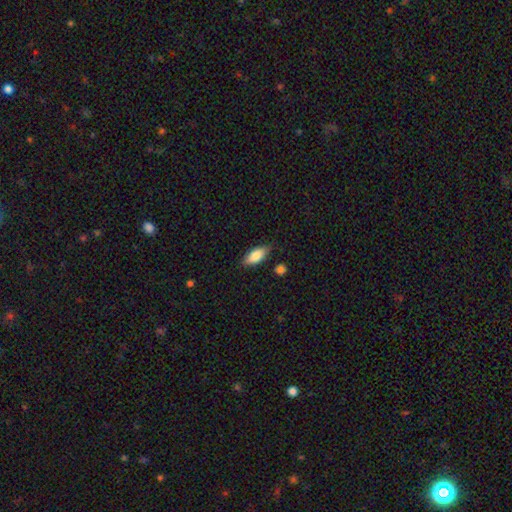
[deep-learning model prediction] This is clearly a smooth galaxy (82%). How rounded: clearly in between (83%). Merging: clearly none (81%).